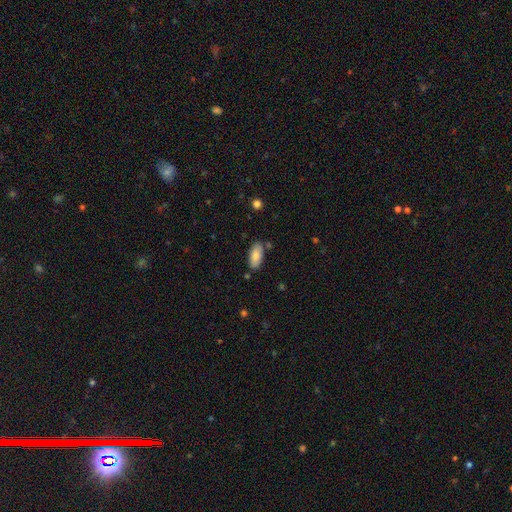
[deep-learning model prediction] A smooth galaxy with no disk features (82%) that is in between round and cigar-shaped (88%).

Vote fractions:
- Smooth or featured? smooth: 82% / featured or disk: 11% / star or artifact: 7%
- How rounded? in between: 88% / cigar-shaped: 10% / round: 2%
- Merging? none: 80% / minor disturbance: 13% / merger: 5% / major disturbance: 3%